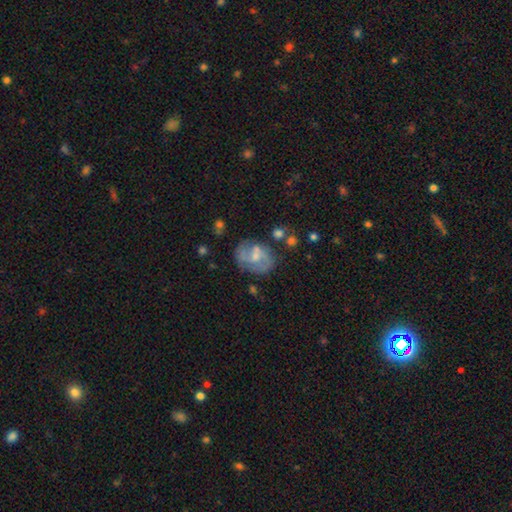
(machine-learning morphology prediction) Smooth or featured: featured or disk — 62% (smooth — 30%)
Edge-on disk: no — 97% (yes — 3%)
Bar: weak — 46% (no — 43%)
Spiral arms: yes — 73% (no — 27%)
Bulge size: small — 48% (moderate — 37%)
Merging: none — 57% (minor disturbance — 22%)